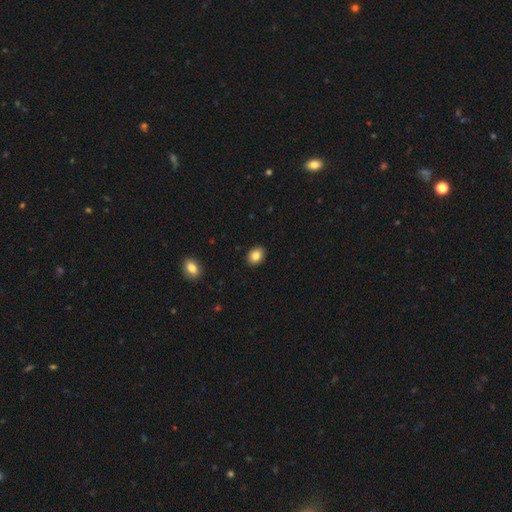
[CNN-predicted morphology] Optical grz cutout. It shows a smooth galaxy with no disk features (84%) that is in between round and cigar-shaped (68%). Merging: none (90%).